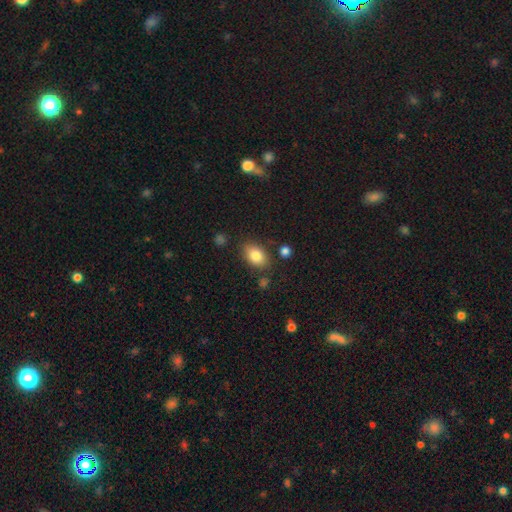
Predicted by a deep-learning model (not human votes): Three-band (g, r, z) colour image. It shows a smooth galaxy with no disk features (84%) that is in between round and cigar-shaped (84%). Merging: none (79%).